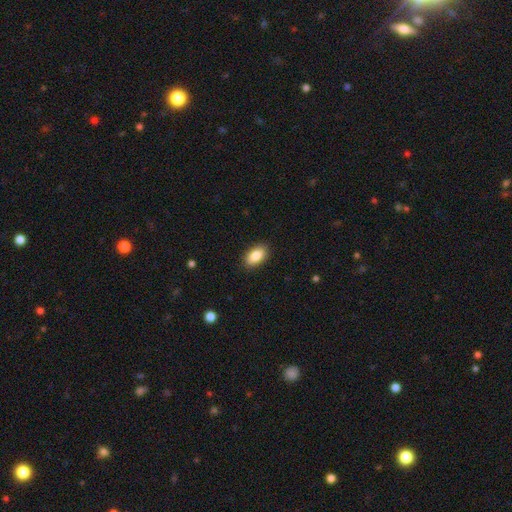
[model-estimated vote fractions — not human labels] smooth_or_featured: smooth (p=0.85) [alt: featured or disk p=0.07]
how_rounded: in between (p=0.91) [alt: round p=0.06]
merging: none (p=0.89) [alt: minor disturbance p=0.08]